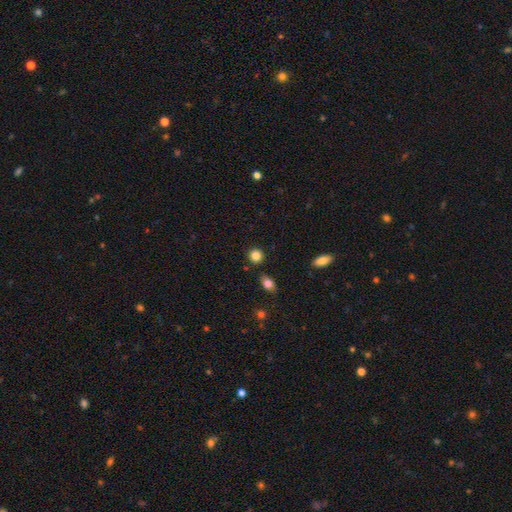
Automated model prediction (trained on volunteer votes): This is clearly a smooth galaxy (85%). How rounded: clearly round (87%). Merging: clearly none (86%).